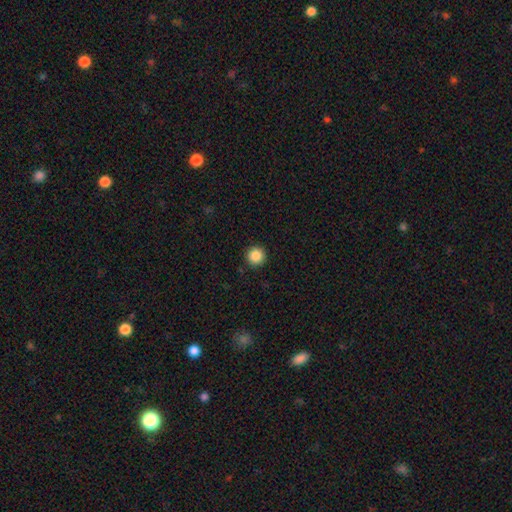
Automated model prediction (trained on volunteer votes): Overall: smooth (87%). How rounded: round (96%). Merging: none (92%).